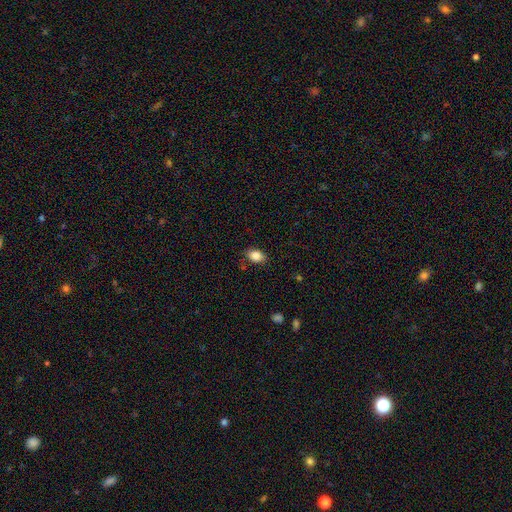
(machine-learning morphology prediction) A smooth galaxy with no disk features (86%) that is in between round and cigar-shaped (80%). Merging: none (83%).